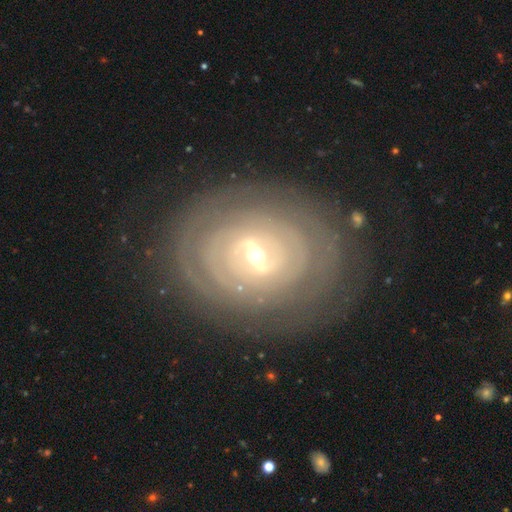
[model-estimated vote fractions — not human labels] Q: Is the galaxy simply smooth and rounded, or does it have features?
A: featured or disk — 85%.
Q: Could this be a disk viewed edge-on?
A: no — 96%.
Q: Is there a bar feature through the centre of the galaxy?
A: weak — 45%.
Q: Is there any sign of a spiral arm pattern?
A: yes — 90%.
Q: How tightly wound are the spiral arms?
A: tight — 87%.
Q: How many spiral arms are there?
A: can't tell — 42%.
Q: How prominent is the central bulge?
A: small — 55%.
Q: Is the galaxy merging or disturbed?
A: none — 83%.